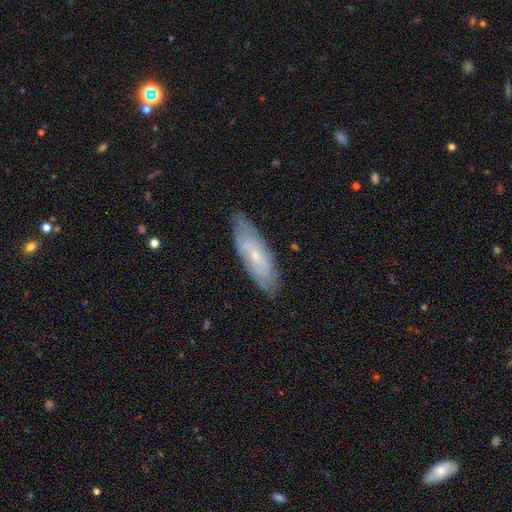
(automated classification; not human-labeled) Smooth or featured? featured or disk (59%)
Edge-on disk? no (77%)
Merging? none (77%)